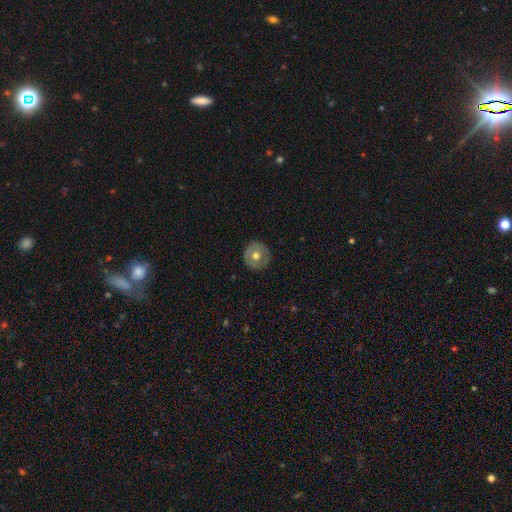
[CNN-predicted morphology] smooth_or_featured: smooth (p=0.51) [alt: featured or disk p=0.42]
how_rounded: round (p=0.94) [alt: in between p=0.05]
merging: none (p=0.88) [alt: minor disturbance p=0.09]